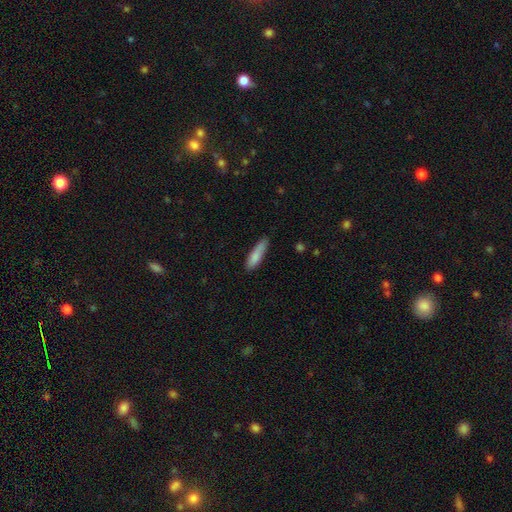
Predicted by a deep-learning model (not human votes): smooth_or_featured: smooth (p=0.84) [alt: featured or disk p=0.10]
how_rounded: cigar-shaped (p=0.73) [alt: in between p=0.25]
merging: none (p=0.70) [alt: minor disturbance p=0.24]